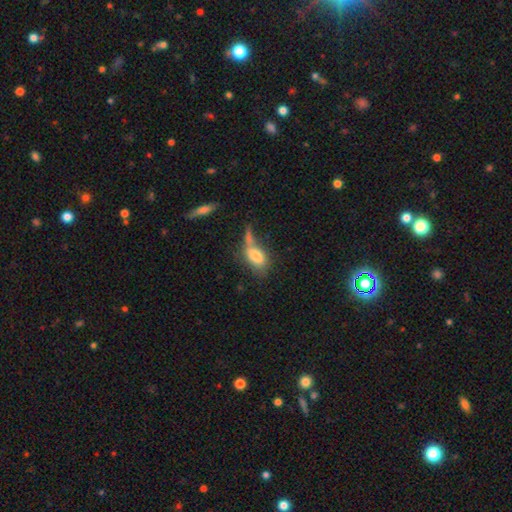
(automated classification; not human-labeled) This appears to be a smooth galaxy with no disk features (74%) that is in between round and cigar-shaped (86%). Merging: none (33%).